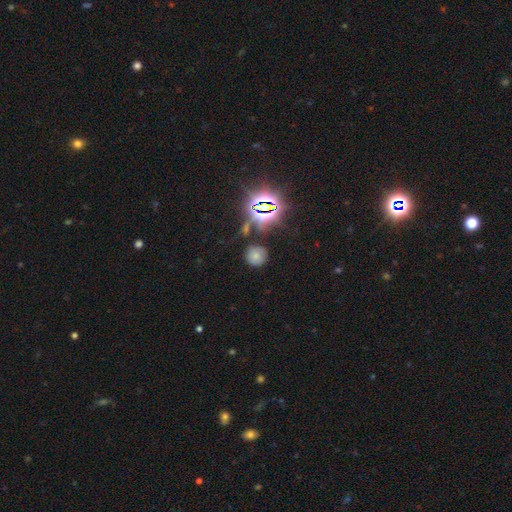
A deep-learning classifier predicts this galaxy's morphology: A smooth galaxy with no disk features (60%) that is round (91%). Merging: none (80%).